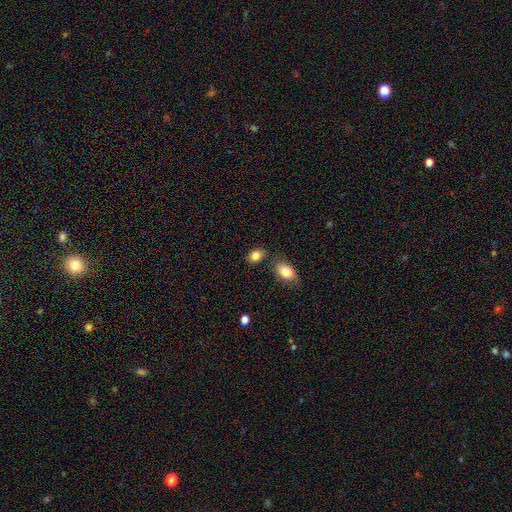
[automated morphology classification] A smooth galaxy with no disk features (84%) that is in between round and cigar-shaped (66%). Merging: none (71%).